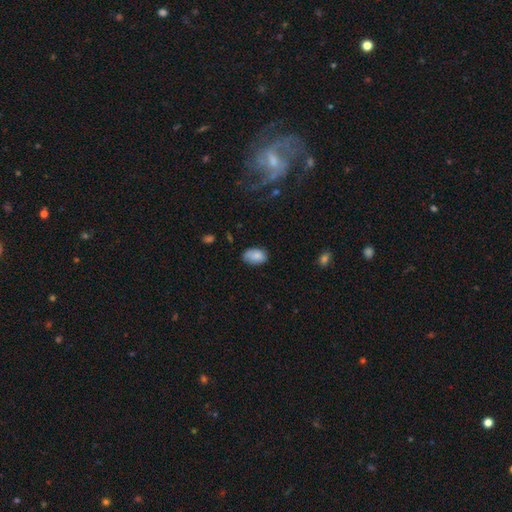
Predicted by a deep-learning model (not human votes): This is clearly a smooth galaxy (84%). How rounded: clearly in between (90%). Merging: likely none (71%).